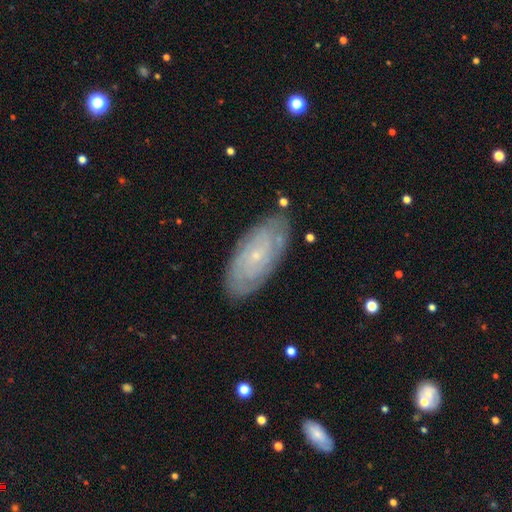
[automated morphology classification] This is likely a featured or disk galaxy (72%). It is clearly not viewed edge-on (92%). Bar: likely no (79%). Spiral arm pattern: clearly yes (87%). Spiral arm count: possibly can't tell (55%). Spiral winding: likely tight (77%). Central bulge: clearly small (87%). Merging: clearly none (82%).